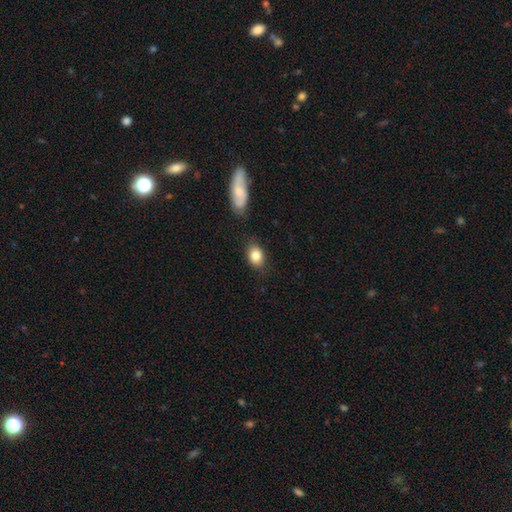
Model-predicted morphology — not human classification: smooth 83%, featured or disk 9%, star or artifact 8%. Down the decision tree: how rounded — in between (74%); merging — none (79%).